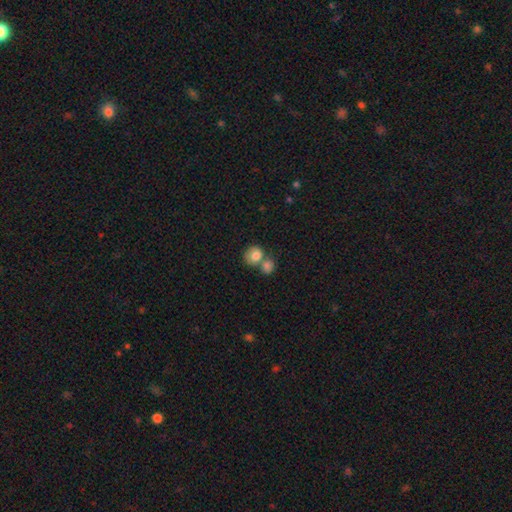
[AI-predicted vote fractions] Smooth or featured? Predicted: smooth (p=0.81). How rounded? Predicted: round (p=0.78). Merging? Predicted: merger (p=0.49).